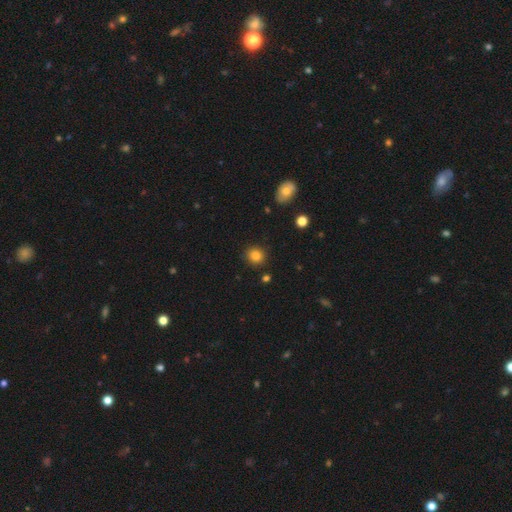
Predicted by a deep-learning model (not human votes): This is clearly a smooth galaxy (84%). How rounded: clearly round (86%). Merging: clearly none (88%).